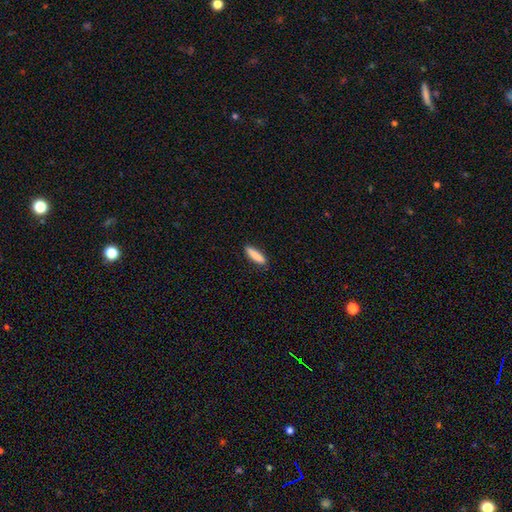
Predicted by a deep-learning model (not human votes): Smooth or featured: smooth — 87% (featured or disk — 7%)
How rounded: cigar-shaped — 75% (in between — 24%)
Merging: none — 88% (minor disturbance — 9%)